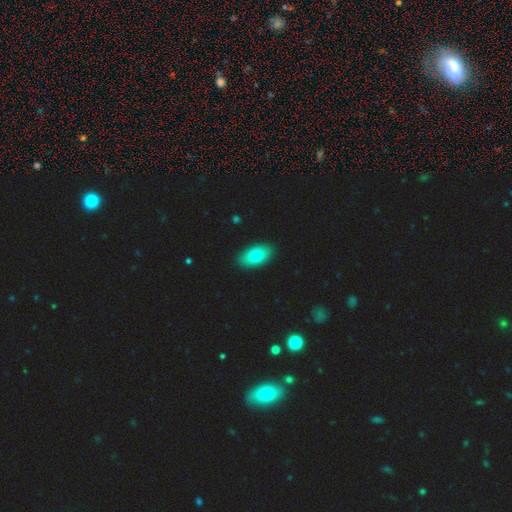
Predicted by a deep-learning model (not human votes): Smooth or featured? smooth (78%)
How rounded? in between (92%)
Merging? none (90%)